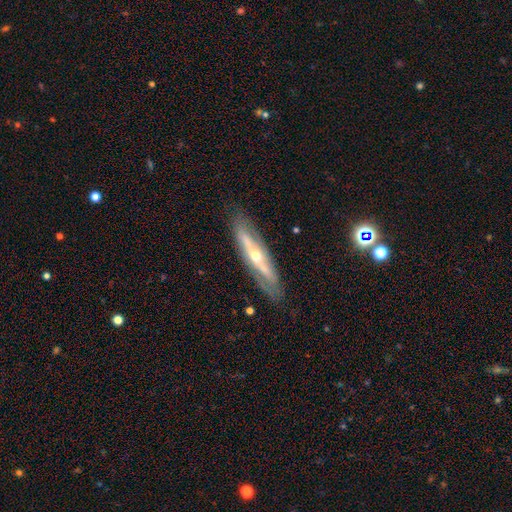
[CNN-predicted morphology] This appears to be a featured or disk galaxy (73%) viewed edge-on (63%). Merging: none (82%).